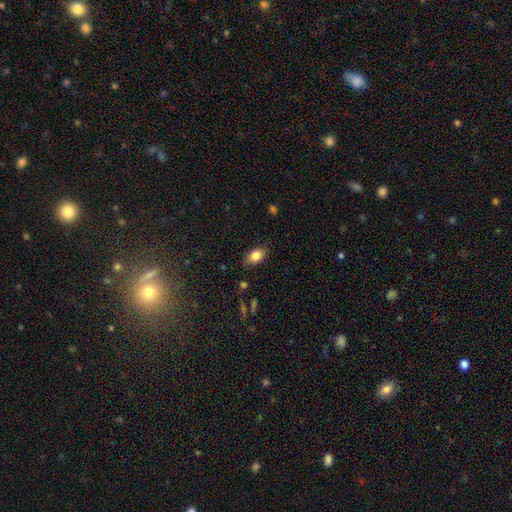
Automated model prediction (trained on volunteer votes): A smooth galaxy with no disk features (82%) that is in between round and cigar-shaped (88%).

Vote fractions:
- Smooth or featured? smooth: 82% / featured or disk: 10% / star or artifact: 8%
- How rounded? in between: 88% / round: 9% / cigar-shaped: 3%
- Merging? none: 84% / minor disturbance: 12% / major disturbance: 3% / merger: 1%